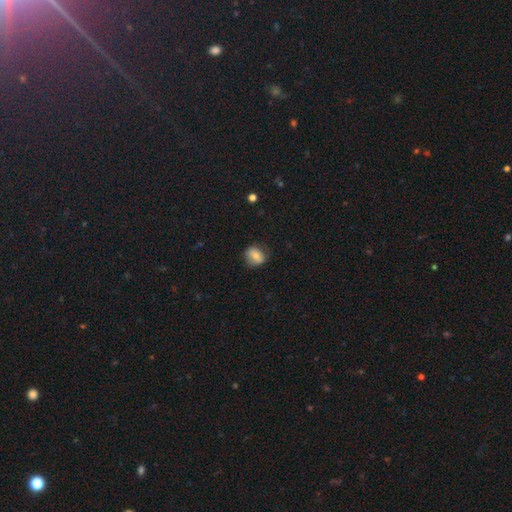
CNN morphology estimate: Smooth or featured: smooth — 69% (featured or disk — 22%)
How rounded: round — 57% (in between — 42%)
Merging: none — 74% (minor disturbance — 19%)